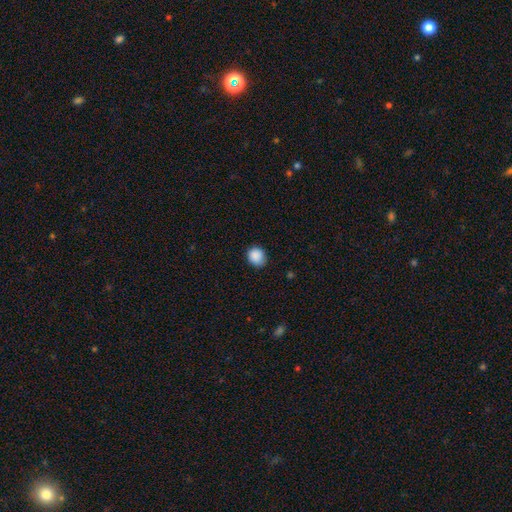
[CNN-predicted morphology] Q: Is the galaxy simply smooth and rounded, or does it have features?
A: smooth — 89%.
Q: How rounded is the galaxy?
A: round — 79%.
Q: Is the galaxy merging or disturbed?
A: none — 82%.